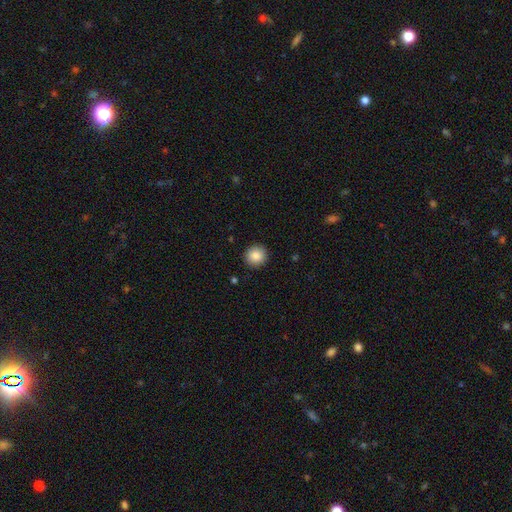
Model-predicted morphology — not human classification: smooth 87%, star or artifact 9%, featured or disk 5%. Down the decision tree: how rounded — round (92%); merging — none (91%).